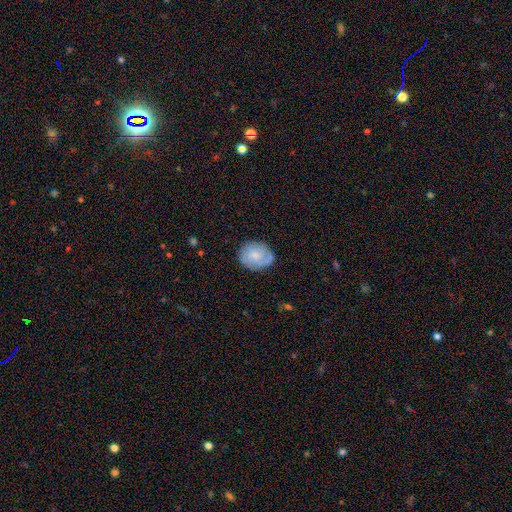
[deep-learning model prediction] smooth-or-featured: smooth: 54% | featured or disk: 39% | star or artifact: 7%
  how-rounded: in between: 50% | round: 49% | cigar-shaped: 1%
  merging: none: 73% | minor disturbance: 20% | major disturbance: 6% | merger: 2%